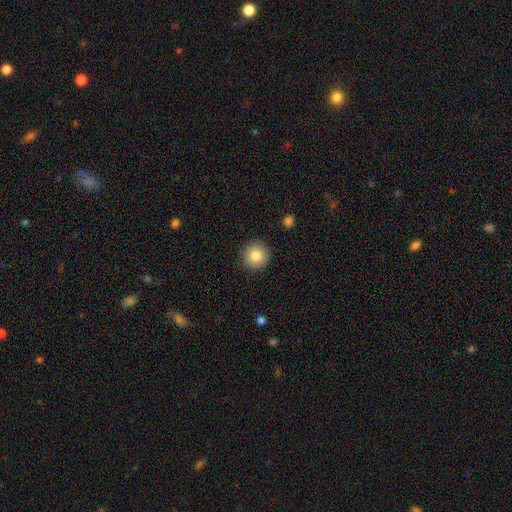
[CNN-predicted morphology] Q: Smooth or featured?
A: smooth (82%); runner-up: star or artifact (9%)
Q: How rounded?
A: round (94%); runner-up: in between (5%)
Q: Merging?
A: none (91%); runner-up: minor disturbance (6%)